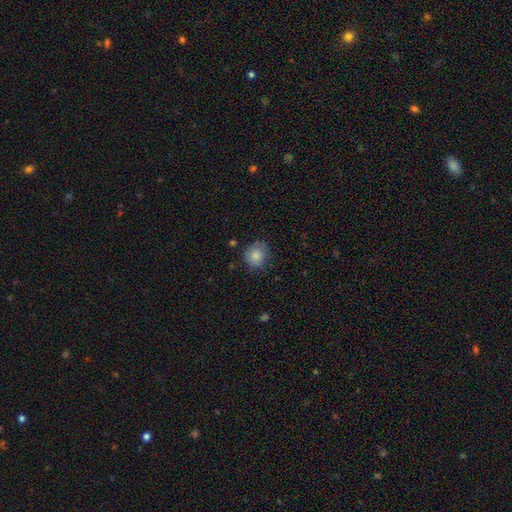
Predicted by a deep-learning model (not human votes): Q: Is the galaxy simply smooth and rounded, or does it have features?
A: smooth — 84%.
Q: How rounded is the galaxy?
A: round — 77%.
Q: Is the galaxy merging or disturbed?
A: none — 73%.